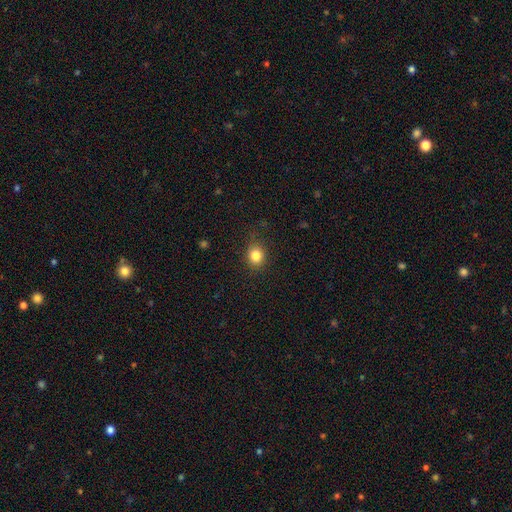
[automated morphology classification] This appears to be a smooth galaxy with no disk features (83%) that is round (73%). Merging: none (82%).